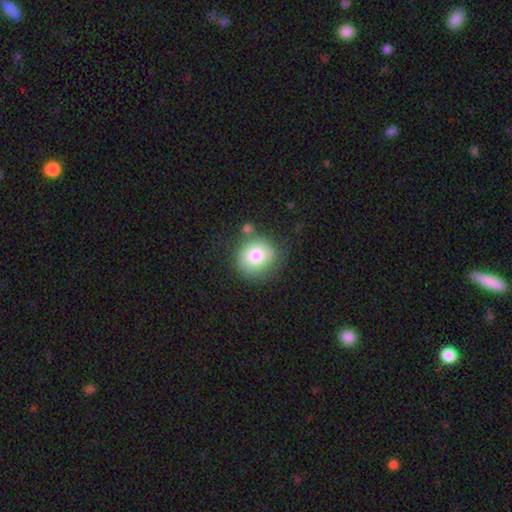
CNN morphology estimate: smooth 75%, featured or disk 17%, star or artifact 8%. Down the decision tree: how rounded — round (85%); merging — none (66%).